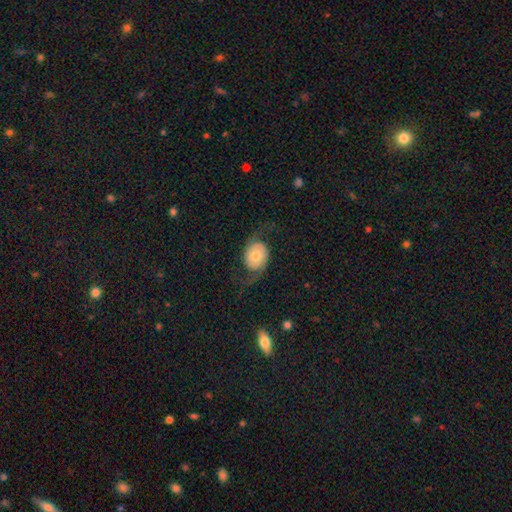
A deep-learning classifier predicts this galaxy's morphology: Smooth or featured?
  - featured or disk: 59% *
  - smooth: 34%
  - star or artifact: 7%
Edge-on disk?
  - no: 94% *
  - yes: 6%
Bar?
  - no: 78% *
  - weak: 17%
  - strong: 5%
Spiral arms?
  - yes: 78% *
  - no: 22%
Bulge size?
  - moderate: 57% *
  - small: 26%
  - large: 11%
  - dominant: 4%
  - none: 2%
Merging?
  - none: 61% *
  - major disturbance: 21%
  - minor disturbance: 16%
  - merger: 2%